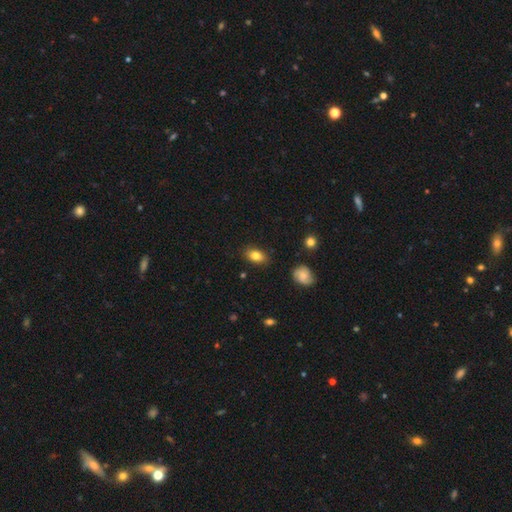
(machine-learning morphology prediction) Smooth or featured: smooth — 82% (featured or disk — 10%)
How rounded: in between — 86% (round — 12%)
Merging: none — 84% (minor disturbance — 12%)